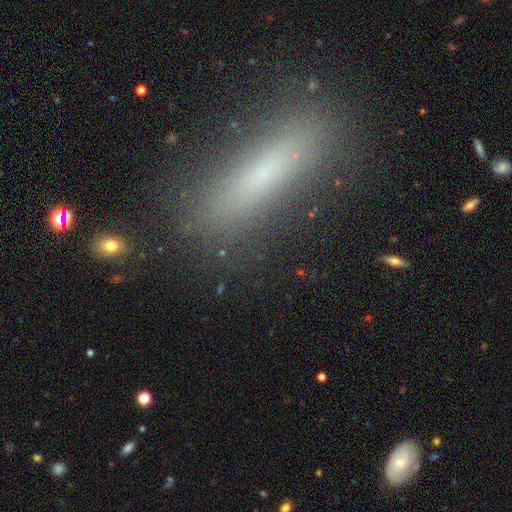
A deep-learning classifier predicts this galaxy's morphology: smooth 64%, featured or disk 22%, star or artifact 14%. Down the decision tree: how rounded — cigar-shaped (79%); merging — none (84%).